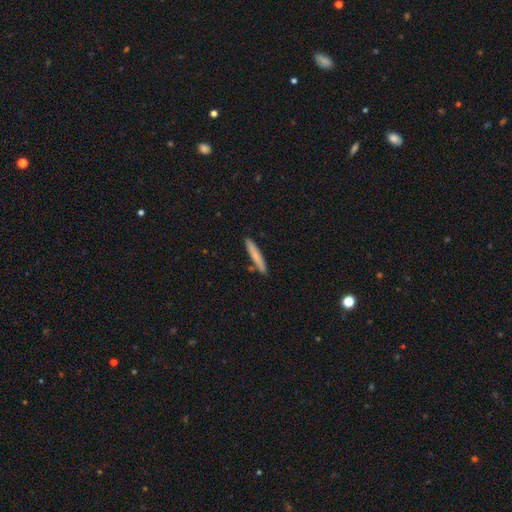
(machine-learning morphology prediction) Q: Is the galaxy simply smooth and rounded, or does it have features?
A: smooth — 73%.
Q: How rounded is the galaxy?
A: cigar-shaped — 94%.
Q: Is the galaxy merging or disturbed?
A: none — 84%.